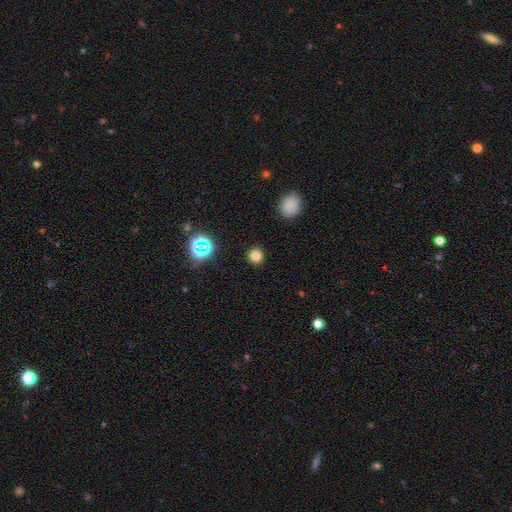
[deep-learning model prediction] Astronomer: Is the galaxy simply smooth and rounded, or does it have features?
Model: smooth — 78%.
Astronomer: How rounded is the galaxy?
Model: round — 91%.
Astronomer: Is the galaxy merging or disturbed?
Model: none — 91%.